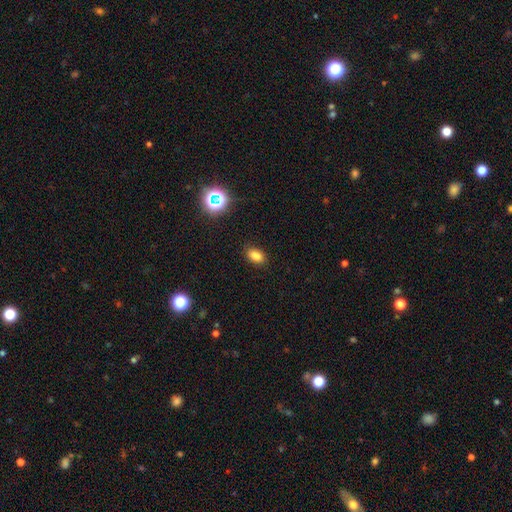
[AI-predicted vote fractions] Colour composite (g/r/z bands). It shows a smooth galaxy with no disk features (79%) that is in between round and cigar-shaped (83%). Merging: none (83%).